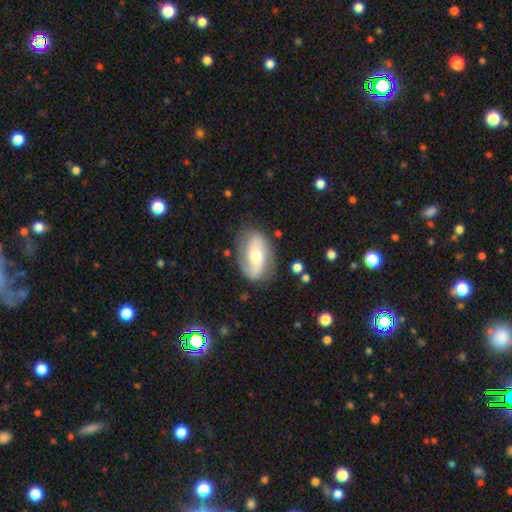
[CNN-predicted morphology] Q: Smooth or featured?
A: featured or disk (67%); runner-up: smooth (27%)
Q: Edge-on disk?
A: no (95%); runner-up: yes (5%)
Q: Bar?
A: no (42%); runner-up: weak (40%)
Q: Spiral arms?
A: yes (83%); runner-up: no (17%)
Q: Spiral winding?
A: loose (41%); runner-up: medium (40%)
Q: Spiral arm count?
A: 2 (81%); runner-up: can't tell (8%)
Q: Bulge size?
A: moderate (69%); runner-up: small (17%)
Q: Merging?
A: none (74%); runner-up: minor disturbance (17%)